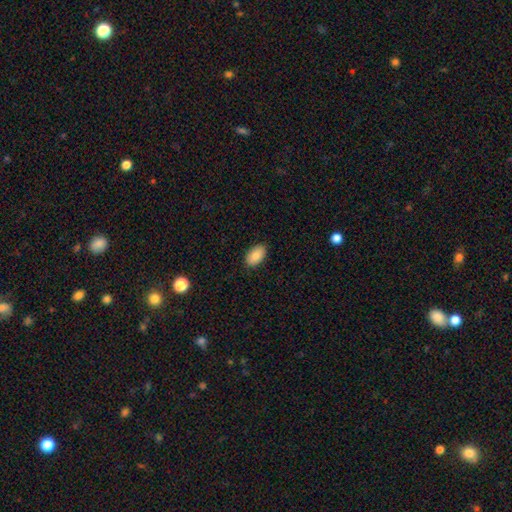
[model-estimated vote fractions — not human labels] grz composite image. It shows a smooth galaxy with no disk features (87%) that is in between round and cigar-shaped (94%). Merging: none (88%).